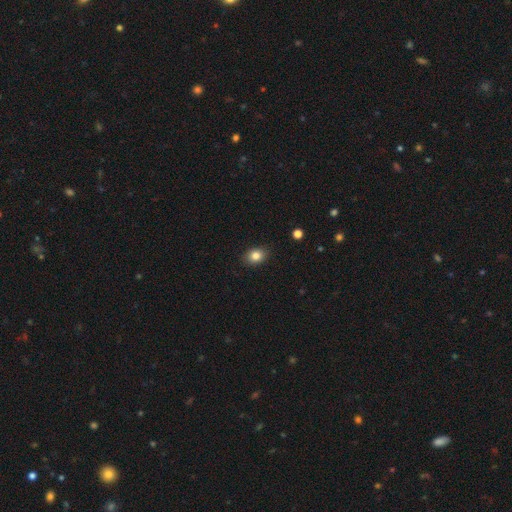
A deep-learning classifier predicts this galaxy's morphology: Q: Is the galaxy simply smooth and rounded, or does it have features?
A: smooth — 83%.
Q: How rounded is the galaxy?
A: in between — 64%.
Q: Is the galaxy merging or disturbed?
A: none — 87%.